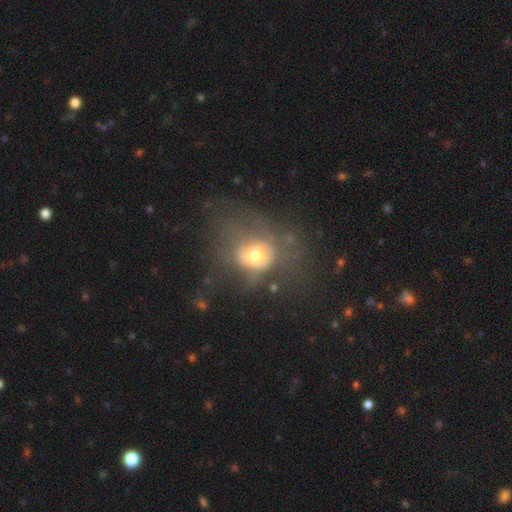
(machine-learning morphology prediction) The model was most divided on "merging": major disturbance: 46%, none: 28%, minor disturbance: 20%, merger: 5%. More confident: how rounded — round (62%); smooth or featured — smooth (54%).